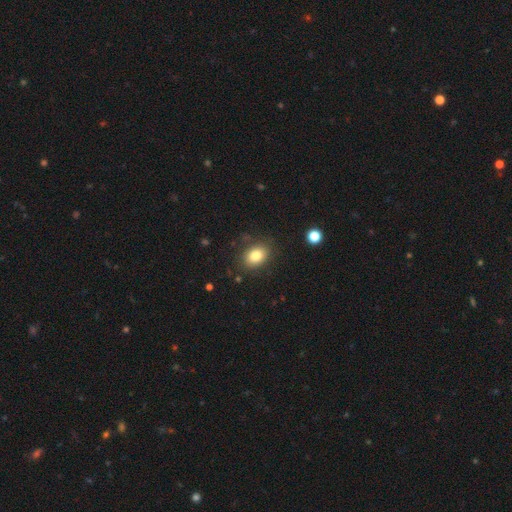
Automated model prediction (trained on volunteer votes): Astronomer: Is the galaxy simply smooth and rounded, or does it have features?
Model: smooth — 82%.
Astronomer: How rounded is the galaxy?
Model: in between — 69%.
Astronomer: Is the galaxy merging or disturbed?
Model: none — 83%.